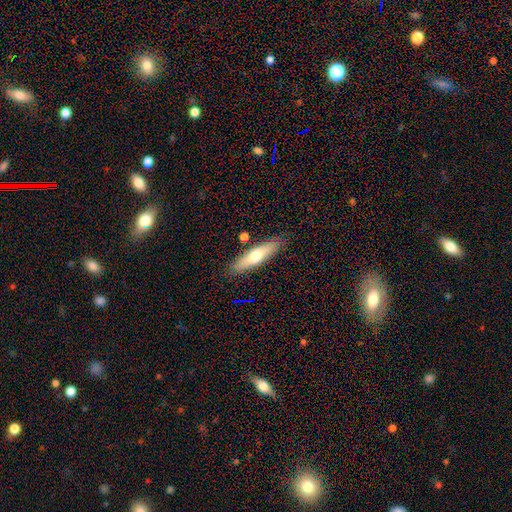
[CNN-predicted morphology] A smooth galaxy with no disk features (60%) that is cigar-shaped (69%).

Vote fractions:
- Smooth or featured? smooth: 60% / featured or disk: 34% / star or artifact: 6%
- How rounded? cigar-shaped: 69% / in between: 29% / round: 2%
- Merging? none: 84% / minor disturbance: 10% / merger: 3% / major disturbance: 2%